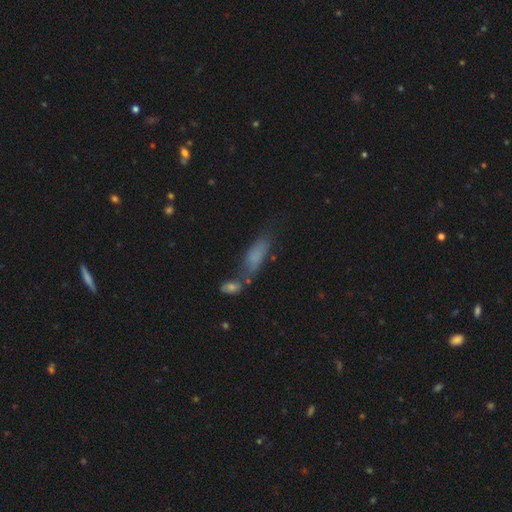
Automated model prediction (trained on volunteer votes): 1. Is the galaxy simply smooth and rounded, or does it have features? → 72% smooth, 16% featured or disk, 11% star or artifact.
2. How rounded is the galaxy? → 57% in between, 40% cigar-shaped, 3% round.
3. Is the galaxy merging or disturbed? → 43% none, 26% merger, 20% minor disturbance, 11% major disturbance.